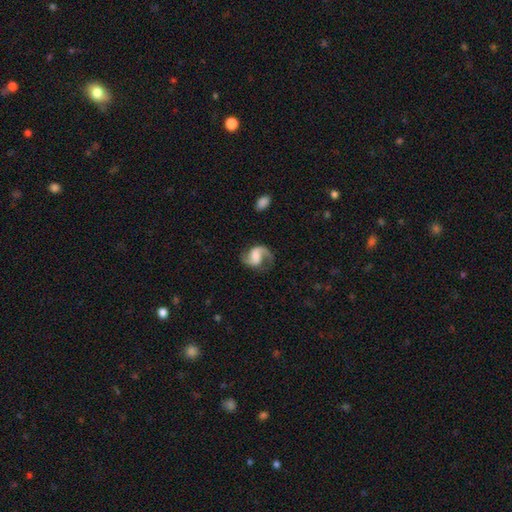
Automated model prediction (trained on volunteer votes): Q: Smooth or featured?
A: featured or disk (83%); runner-up: smooth (11%)
Q: Edge-on disk?
A: no (98%); runner-up: yes (2%)
Q: Bar?
A: weak (44%); runner-up: no (33%)
Q: Spiral arms?
A: yes (96%); runner-up: no (4%)
Q: Spiral winding?
A: loose (45%); tied with: medium (45%)
Q: Spiral arm count?
A: 2 (85%); runner-up: 1 (10%)
Q: Bulge size?
A: none (38%); runner-up: large (24%)
Q: Merging?
A: none (70%); runner-up: minor disturbance (17%)